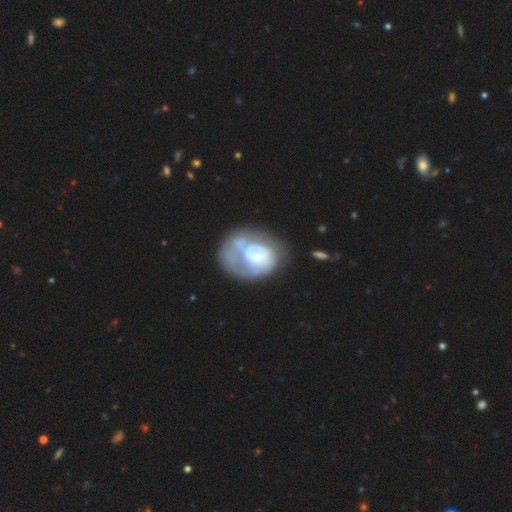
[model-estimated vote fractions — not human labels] This appears to be a featured or disk galaxy (62%) with no bar (75%), spiral arms (50%, tied with no) and no central bulge (31%). Merging: major disturbance (34%, tied with none).